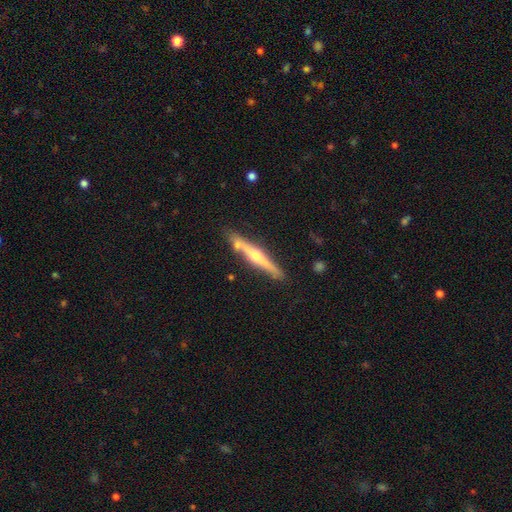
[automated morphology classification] This is likely a featured or disk galaxy (73%). It is clearly viewed edge-on (97%). Edge-on bulge: clearly rounded (89%). Merging: clearly none (82%).